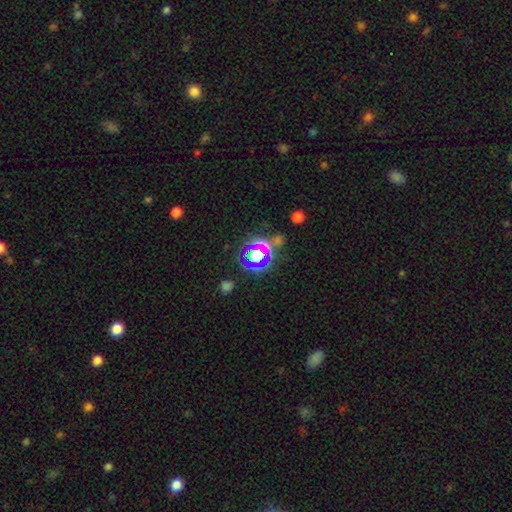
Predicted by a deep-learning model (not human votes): Smooth or featured? Predicted: star or artifact (p=0.67).